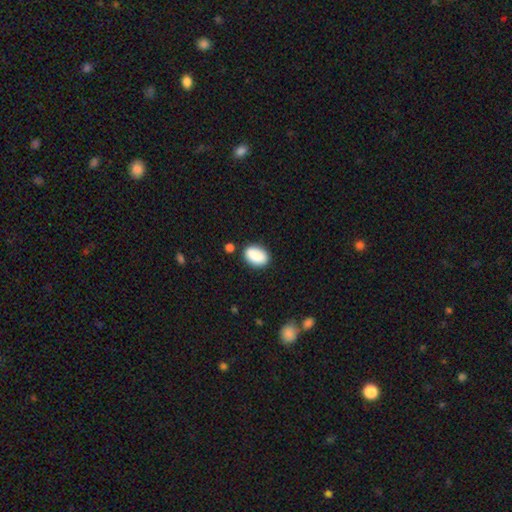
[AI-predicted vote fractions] Smooth or featured?
  - smooth: 88% *
  - star or artifact: 7%
  - featured or disk: 4%
How rounded?
  - in between: 87% *
  - round: 12%
  - cigar-shaped: 1%
Merging?
  - none: 80% *
  - minor disturbance: 12%
  - merger: 4%
  - major disturbance: 3%